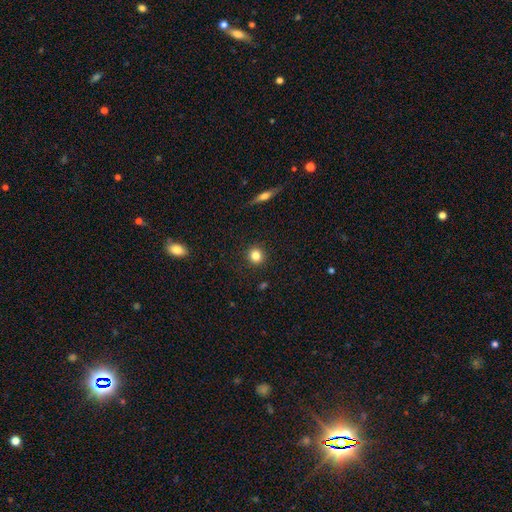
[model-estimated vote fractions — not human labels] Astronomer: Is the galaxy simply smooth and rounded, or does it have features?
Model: smooth — 83%.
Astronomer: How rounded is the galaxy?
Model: round — 91%.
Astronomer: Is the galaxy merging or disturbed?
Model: none — 91%.